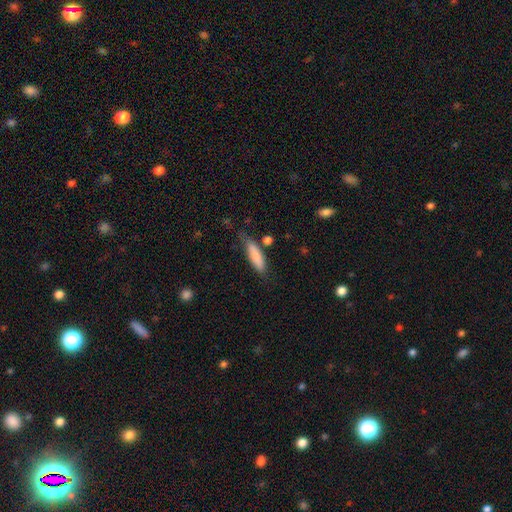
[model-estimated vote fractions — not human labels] A smooth galaxy with no disk features (82%) that is cigar-shaped (59%).

Vote fractions:
- Smooth or featured? smooth: 82% / featured or disk: 12% / star or artifact: 6%
- How rounded? cigar-shaped: 59% / in between: 39% / round: 2%
- Merging? none: 61% / minor disturbance: 25% / major disturbance: 7% / merger: 7%